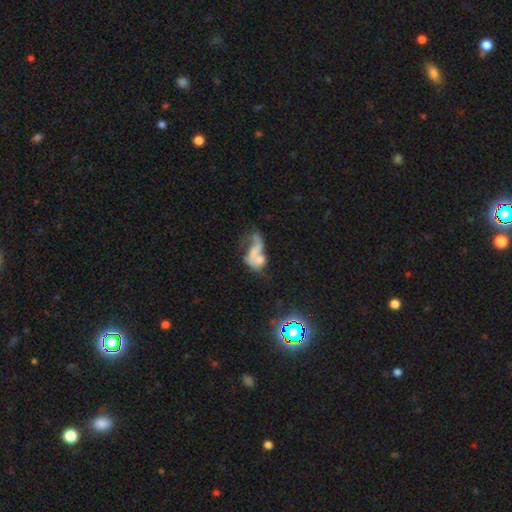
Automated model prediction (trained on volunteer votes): Smooth or featured? featured or disk (48%)
Merging? merger (46%)